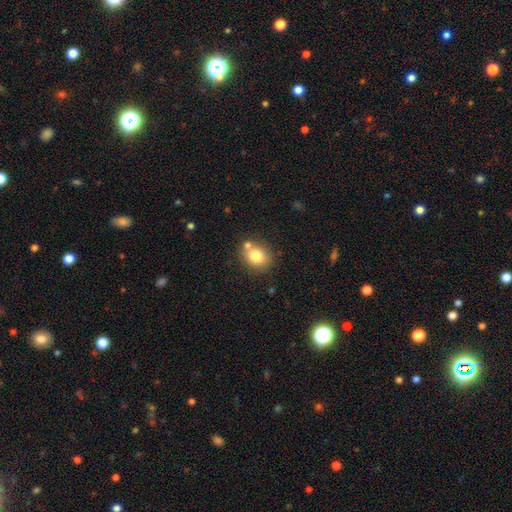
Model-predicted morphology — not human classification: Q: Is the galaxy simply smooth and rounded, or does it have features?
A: smooth — 79%.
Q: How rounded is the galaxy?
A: round — 64%.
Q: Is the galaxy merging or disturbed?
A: none — 67%.